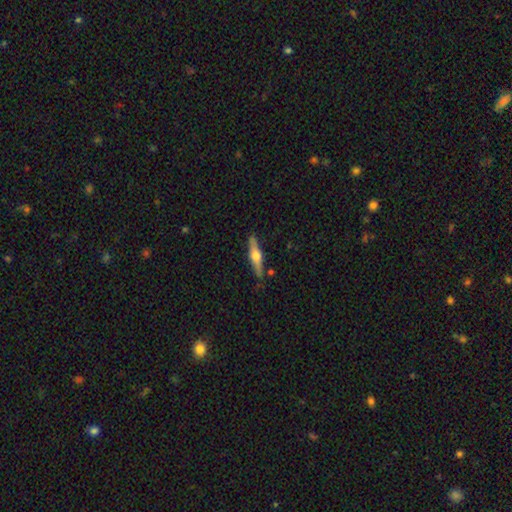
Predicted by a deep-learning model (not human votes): featured or disk 69%, smooth 25%, star or artifact 5%. Down the decision tree: edge-on disk — yes (97%); edge-on bulge — rounded (95%); merging — none (88%).